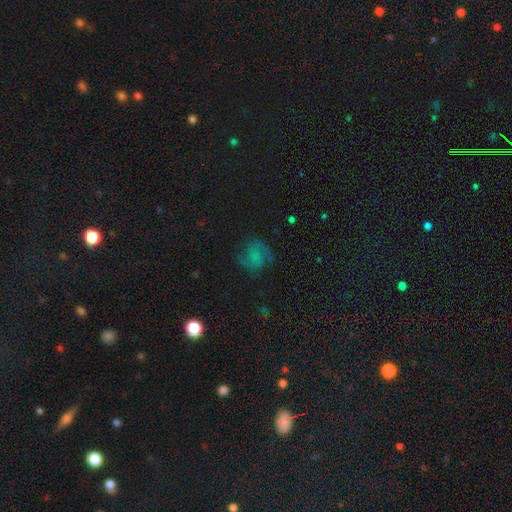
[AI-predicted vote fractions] A featured or disk galaxy (63%) with no bar (64%), 2 (83%) medium (51%) spiral arms (91%) and no central bulge (52%).

Vote fractions:
- Smooth or featured? featured or disk: 63% / smooth: 24% / star or artifact: 13%
- Edge-on disk? no: 98% / yes: 2%
- Bar? no: 64% / weak: 30% / strong: 6%
- Spiral arms? yes: 91% / no: 9%
- Spiral winding? medium: 51% / loose: 28% / tight: 20%
- Spiral arm count? 2: 83% / can't tell: 7% / 3: 3% / 1: 3% / 4: 2% / more than 4: 2%
- Bulge size? none: 52% / small: 25% / moderate: 15% / large: 6% / dominant: 2%
- Merging? none: 69% / minor disturbance: 17% / major disturbance: 12% / merger: 2%